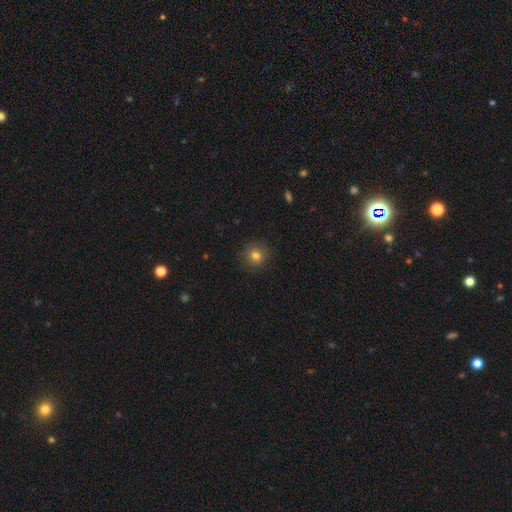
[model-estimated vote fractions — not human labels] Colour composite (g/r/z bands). It shows a smooth galaxy with no disk features (79%) that is round (91%). Merging: none (89%).